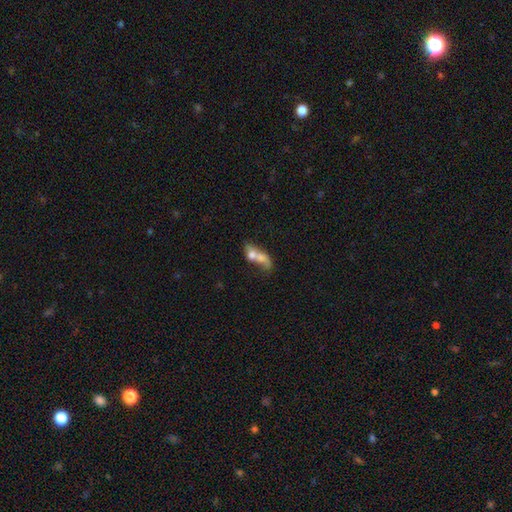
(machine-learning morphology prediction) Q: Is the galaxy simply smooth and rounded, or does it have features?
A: smooth — 58%.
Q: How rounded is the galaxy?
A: in between — 66%.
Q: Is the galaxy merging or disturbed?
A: merger — 63%.